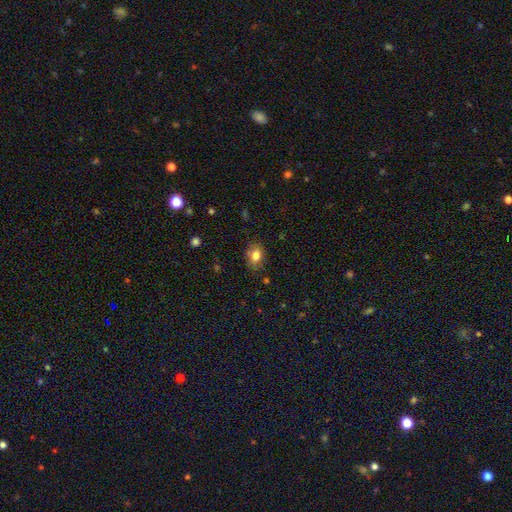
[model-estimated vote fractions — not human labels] Smooth or featured? smooth (81%)
How rounded? in between (71%)
Merging? none (80%)